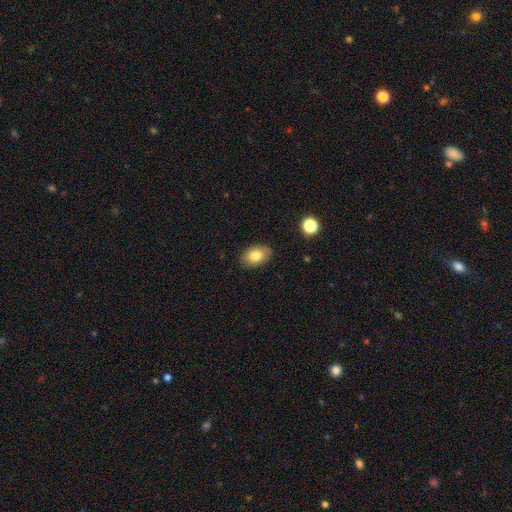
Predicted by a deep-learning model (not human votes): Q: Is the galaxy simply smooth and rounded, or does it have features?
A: smooth — 78%.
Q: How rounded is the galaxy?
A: in between — 86%.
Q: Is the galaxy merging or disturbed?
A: none — 83%.